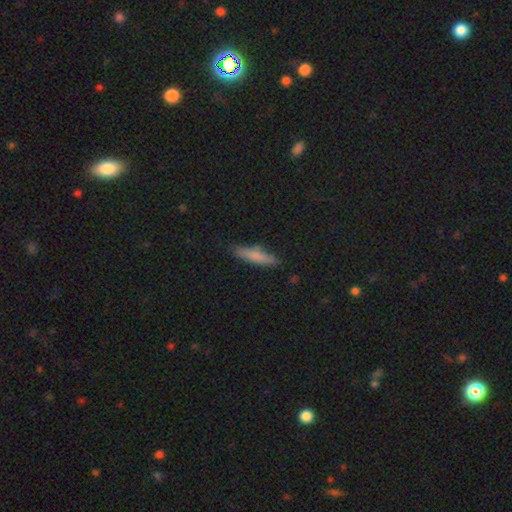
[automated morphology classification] Q: Smooth or featured?
A: smooth (75%); runner-up: featured or disk (18%)
Q: How rounded?
A: cigar-shaped (81%); runner-up: in between (17%)
Q: Merging?
A: none (83%); runner-up: minor disturbance (13%)